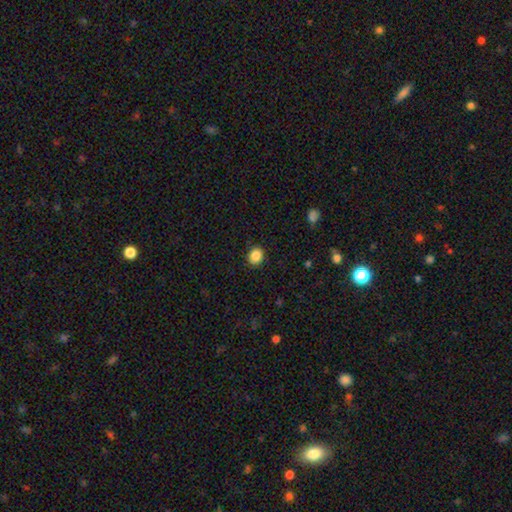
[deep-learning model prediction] Q: Smooth or featured?
A: smooth (87%); runner-up: star or artifact (10%)
Q: How rounded?
A: round (64%); runner-up: in between (36%)
Q: Merging?
A: none (89%); runner-up: minor disturbance (8%)